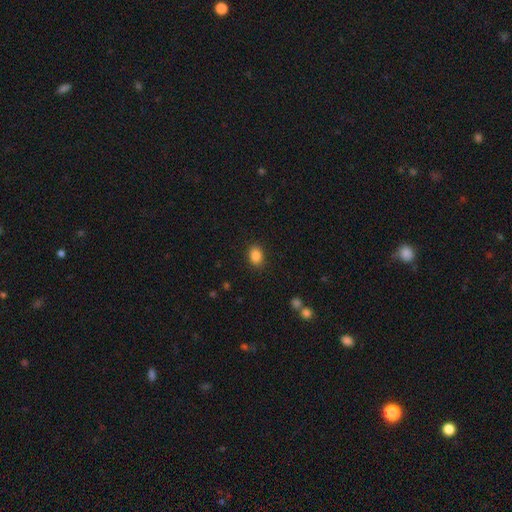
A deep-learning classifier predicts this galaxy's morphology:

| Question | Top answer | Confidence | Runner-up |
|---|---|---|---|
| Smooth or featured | smooth | 86% | star or artifact (10%) |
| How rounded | in between | 71% | round (28%) |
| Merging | none | 88% | minor disturbance (8%) |